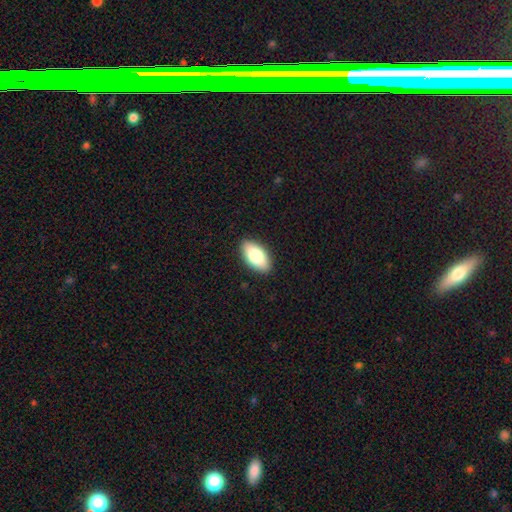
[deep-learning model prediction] This appears to be a smooth galaxy with no disk features (82%) that is in between round and cigar-shaped (94%). Merging: none (89%).